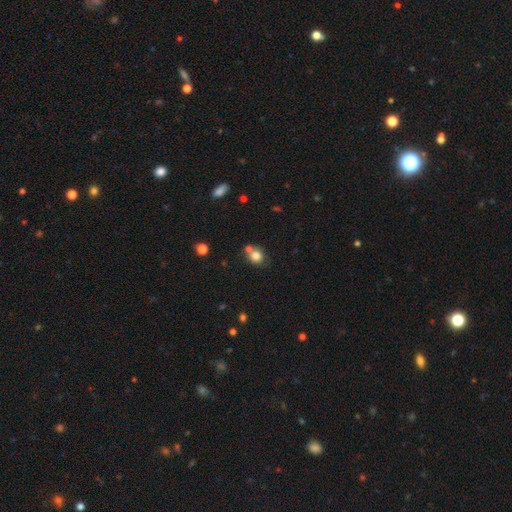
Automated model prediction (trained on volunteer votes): Smooth or featured? Predicted: smooth (p=0.79). How rounded? Predicted: round (p=0.79). Merging? Predicted: none (p=0.52).